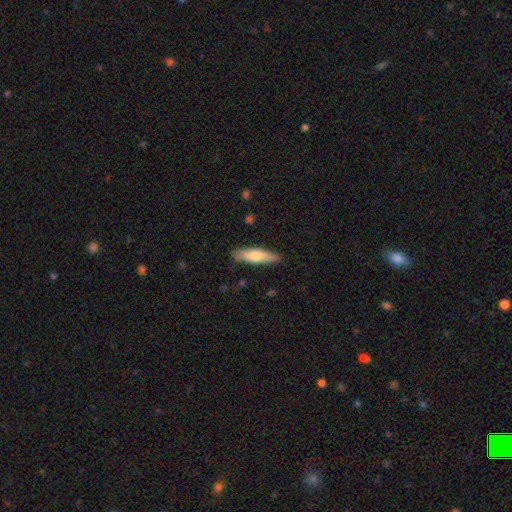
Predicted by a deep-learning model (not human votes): smooth 73%, featured or disk 22%, star or artifact 5%. Down the decision tree: how rounded — cigar-shaped (65%); merging — none (86%).